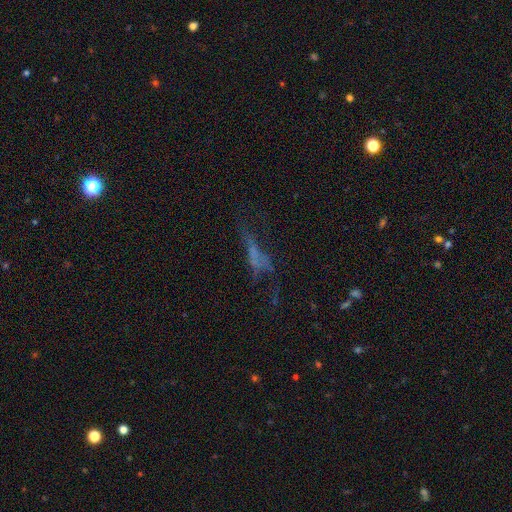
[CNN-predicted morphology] featured or disk 42%, smooth 31%, star or artifact 28%. Down the decision tree: merging — major disturbance (40%).